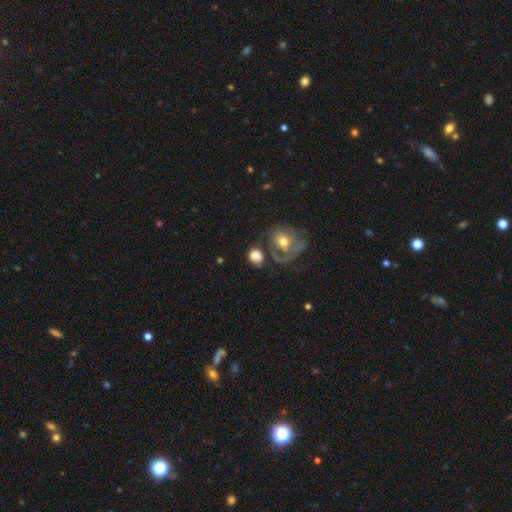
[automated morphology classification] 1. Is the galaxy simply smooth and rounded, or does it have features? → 69% smooth, 22% featured or disk, 9% star or artifact.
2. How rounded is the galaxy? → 57% round, 41% in between, 1% cigar-shaped.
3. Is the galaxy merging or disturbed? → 40% none, 25% merger, 18% minor disturbance, 16% major disturbance.